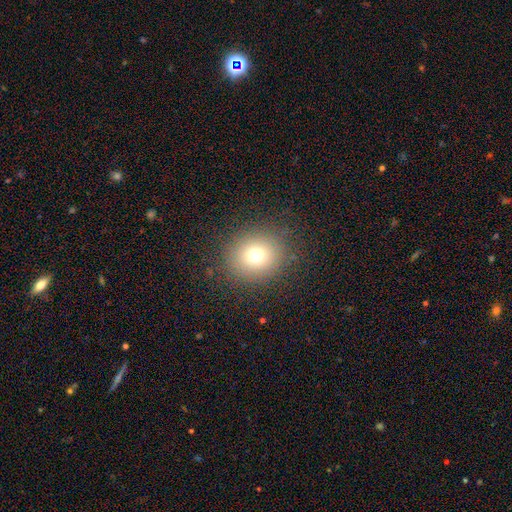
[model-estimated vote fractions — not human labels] A smooth galaxy with no disk features (72%) that is round (84%).

Vote fractions:
- Smooth or featured? smooth: 72% / star or artifact: 17% / featured or disk: 12%
- How rounded? round: 84% / in between: 15% / cigar-shaped: 1%
- Merging? none: 87% / minor disturbance: 8% / major disturbance: 4% / merger: 1%